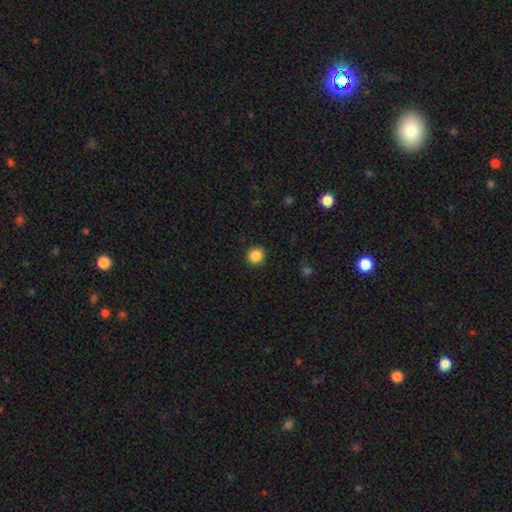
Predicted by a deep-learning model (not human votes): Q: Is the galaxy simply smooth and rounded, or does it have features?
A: smooth — 87%.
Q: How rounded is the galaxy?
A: round — 94%.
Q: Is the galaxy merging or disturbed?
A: none — 92%.